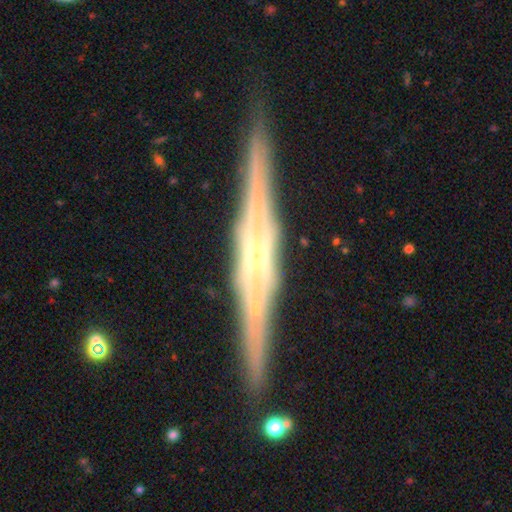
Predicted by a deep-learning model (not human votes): The model was most divided on "edge-on bulge": boxy: 47%, rounded: 38%, none: 14%. More confident: edge-on disk — yes (98%); merging — none (88%); smooth or featured — featured or disk (87%).